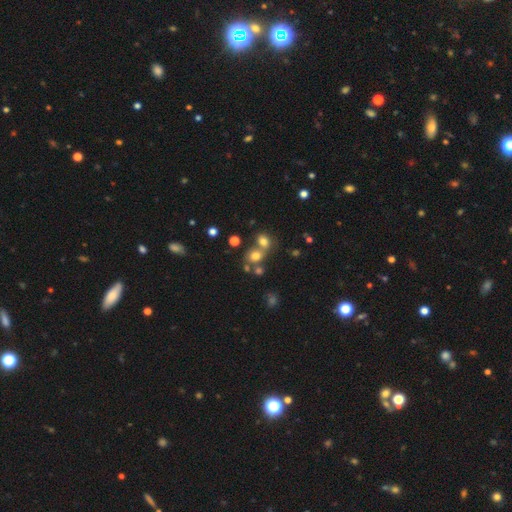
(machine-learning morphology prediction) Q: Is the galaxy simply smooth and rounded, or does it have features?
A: smooth — 71%.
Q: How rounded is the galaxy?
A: round — 68%.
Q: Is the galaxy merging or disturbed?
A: merger — 45%.